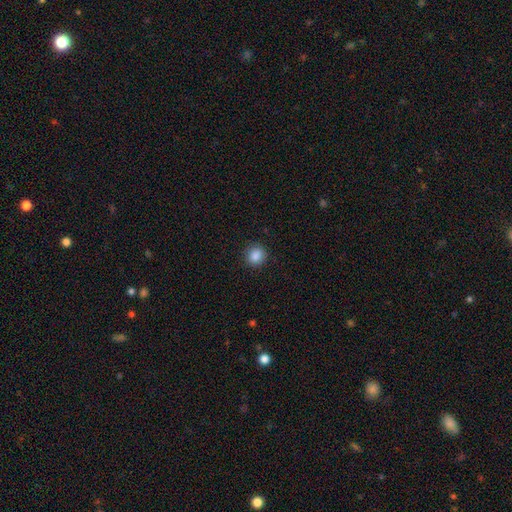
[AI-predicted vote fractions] smooth_or_featured: smooth (p=0.87) [alt: star or artifact p=0.10]
how_rounded: round (p=0.89) [alt: in between p=0.10]
merging: none (p=0.90) [alt: minor disturbance p=0.07]